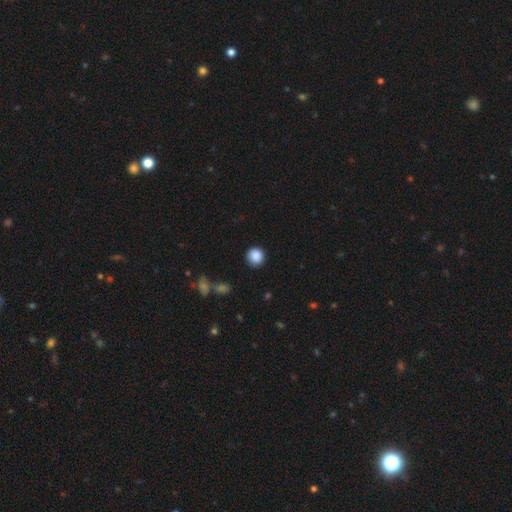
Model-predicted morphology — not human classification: Smooth or featured?
  - smooth: 88% *
  - star or artifact: 9%
  - featured or disk: 3%
How rounded?
  - round: 93% *
  - in between: 6%
  - cigar-shaped: 1%
Merging?
  - none: 87% *
  - minor disturbance: 9%
  - major disturbance: 2%
  - merger: 2%